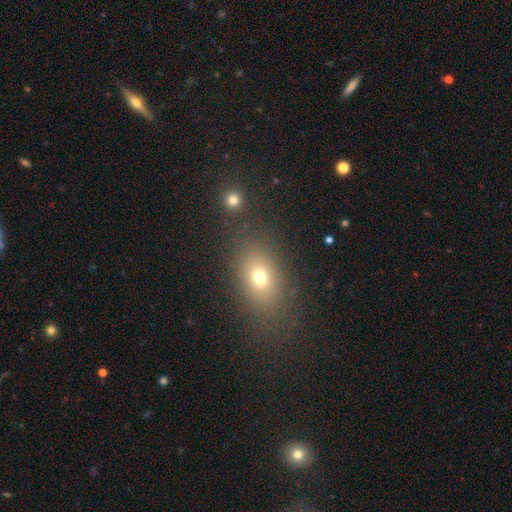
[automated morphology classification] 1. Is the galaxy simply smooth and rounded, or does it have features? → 63% smooth, 22% star or artifact, 14% featured or disk.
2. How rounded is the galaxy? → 70% in between, 25% round, 6% cigar-shaped.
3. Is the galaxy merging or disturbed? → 80% none, 10% minor disturbance, 6% merger, 4% major disturbance.